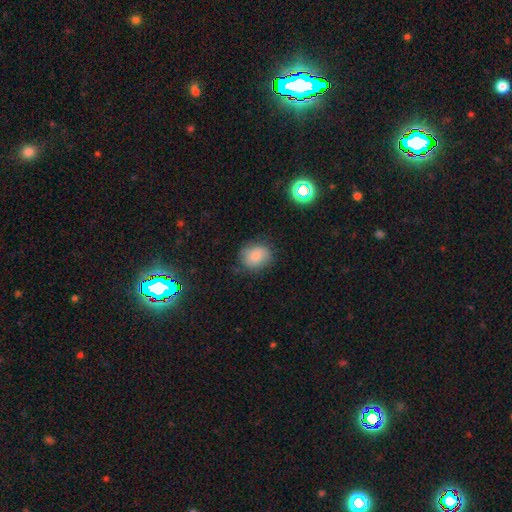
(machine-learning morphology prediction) This appears to be a smooth galaxy with no disk features (78%) that is round (67%). Merging: none (74%).